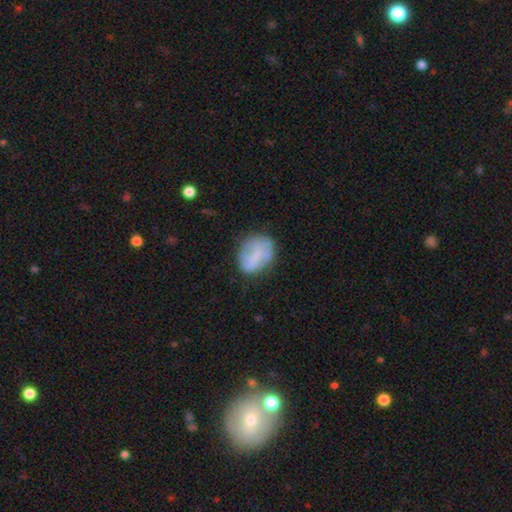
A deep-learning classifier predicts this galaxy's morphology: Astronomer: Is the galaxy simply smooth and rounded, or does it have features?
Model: smooth — 65%.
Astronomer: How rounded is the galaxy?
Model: in between — 59% (runner-up: round, 39%).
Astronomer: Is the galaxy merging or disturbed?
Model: none — 63%.